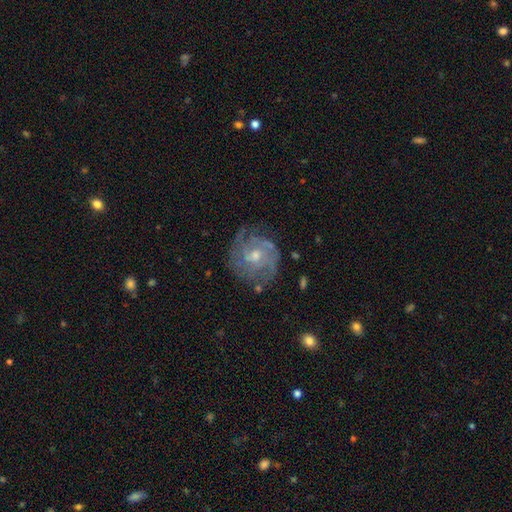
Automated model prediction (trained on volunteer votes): Smooth or featured? Predicted: featured or disk (p=0.79). Edge-on disk? Predicted: no (p=0.98). Bar? Predicted: no (p=0.64). Spiral arms? Predicted: yes (p=0.88). Spiral winding? Predicted: tight (p=0.58). Spiral arm count? Predicted: can't tell (p=0.38). Bulge size? Predicted: moderate (p=0.56). Merging? Predicted: none (p=0.68).